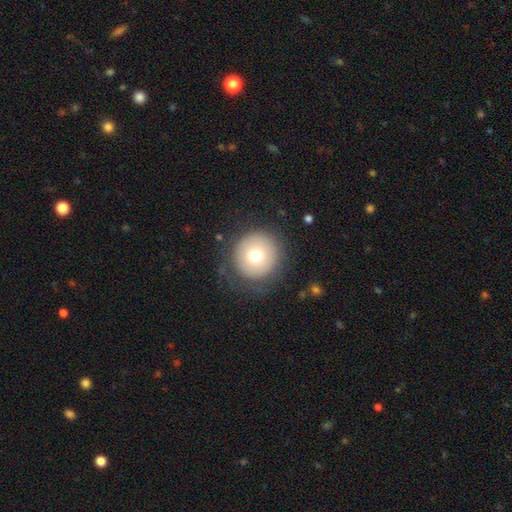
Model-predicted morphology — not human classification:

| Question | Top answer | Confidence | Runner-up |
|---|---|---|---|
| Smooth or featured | smooth | 70% | featured or disk (19%) |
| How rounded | round | 95% | in between (4%) |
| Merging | none | 80% | minor disturbance (11%) |